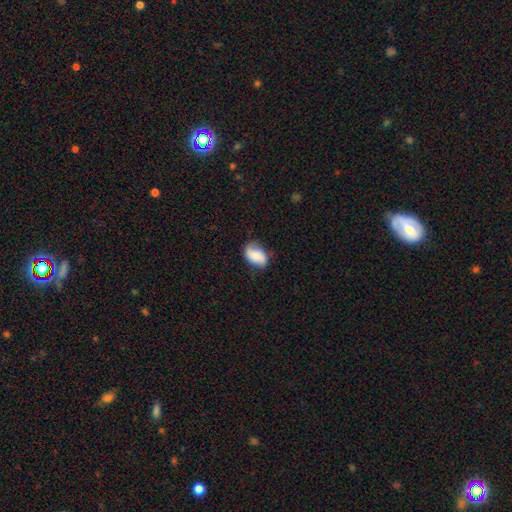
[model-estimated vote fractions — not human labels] Overall: smooth (65%; featured or disk 27%). How rounded: in between (88%). Merging: none (69%).